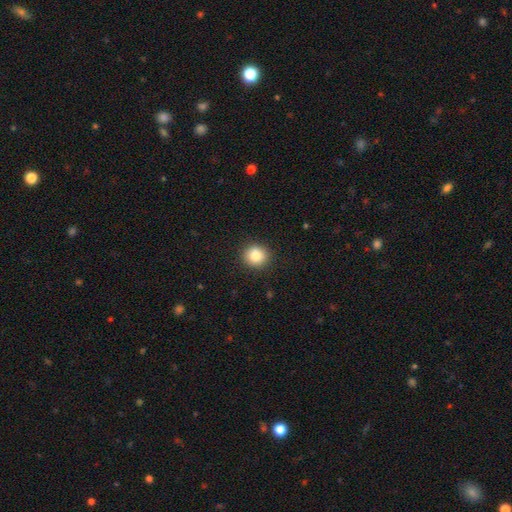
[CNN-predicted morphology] Smooth or featured?
  - smooth: 84% *
  - star or artifact: 10%
  - featured or disk: 7%
How rounded?
  - round: 88% *
  - in between: 11%
  - cigar-shaped: 1%
Merging?
  - none: 91% *
  - minor disturbance: 6%
  - major disturbance: 2%
  - merger: 1%